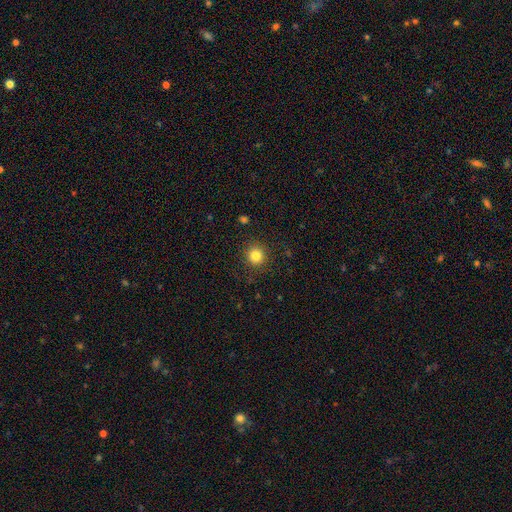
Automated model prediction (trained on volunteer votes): Smooth or featured?
  - smooth: 83% *
  - star or artifact: 12%
  - featured or disk: 5%
How rounded?
  - round: 93% *
  - in between: 6%
  - cigar-shaped: 1%
Merging?
  - none: 90% *
  - minor disturbance: 6%
  - major disturbance: 2%
  - merger: 1%